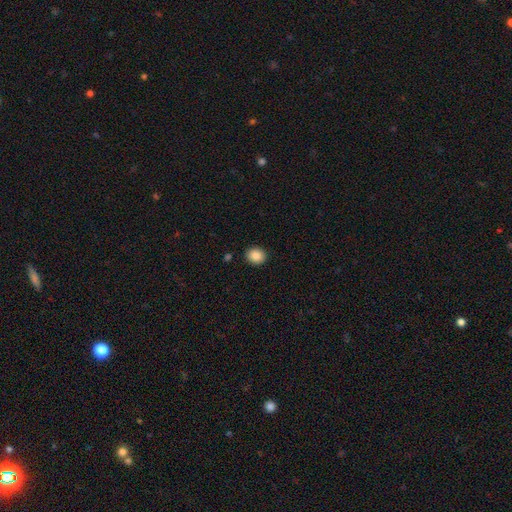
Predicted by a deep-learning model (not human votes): A smooth galaxy with no disk features (88%) that is round (64%). Merging: none (91%).